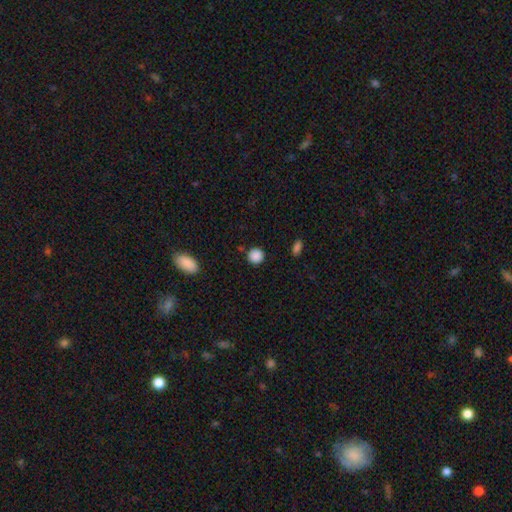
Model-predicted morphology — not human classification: Overall: smooth (87%). How rounded: round (92%). Merging: none (87%).